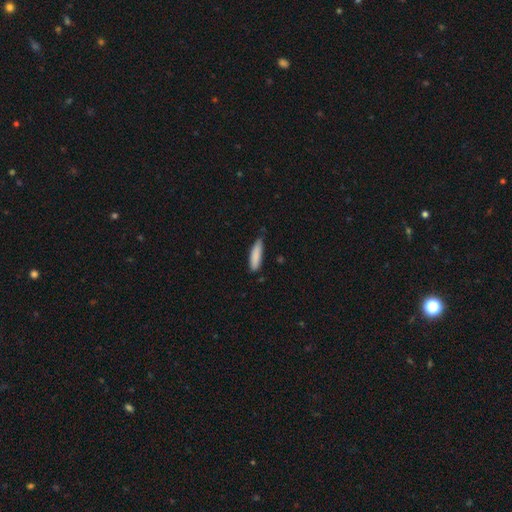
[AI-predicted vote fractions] Smooth or featured: smooth — 86% (featured or disk — 8%)
How rounded: cigar-shaped — 68% (in between — 30%)
Merging: none — 69% (minor disturbance — 26%)